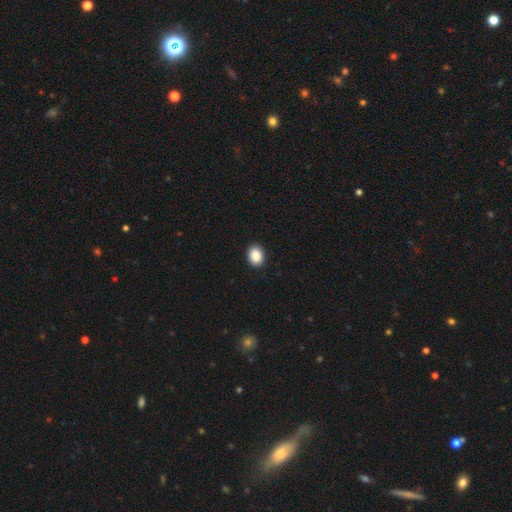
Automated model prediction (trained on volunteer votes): Smooth or featured? smooth (90%)
How rounded? in between (64%)
Merging? none (91%)